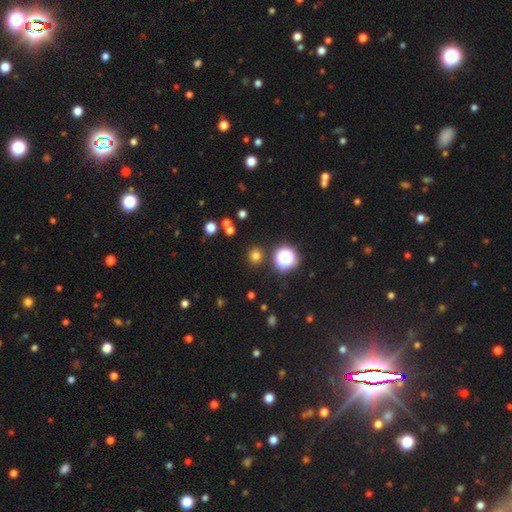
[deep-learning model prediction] Smooth or featured? smooth (72%)
How rounded? round (90%)
Merging? none (88%)